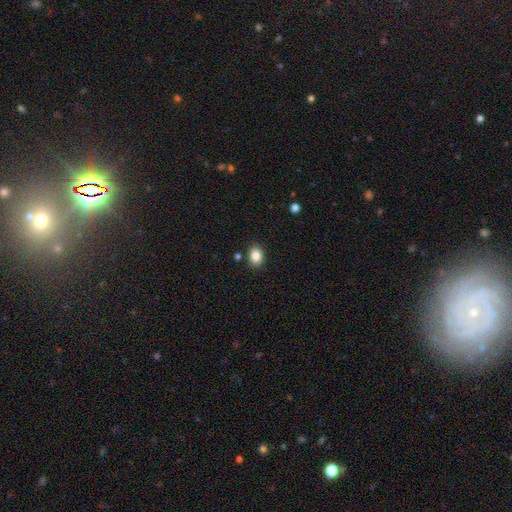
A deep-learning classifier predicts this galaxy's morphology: Smooth or featured: smooth — 86% (star or artifact — 9%)
How rounded: in between — 68% (round — 31%)
Merging: none — 86% (minor disturbance — 9%)